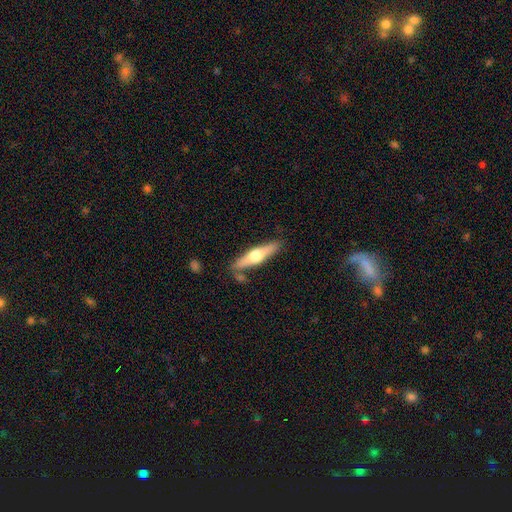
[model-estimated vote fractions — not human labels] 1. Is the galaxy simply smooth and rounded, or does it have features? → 56% featured or disk, 39% smooth, 5% star or artifact.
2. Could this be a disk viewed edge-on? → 93% yes, 7% no.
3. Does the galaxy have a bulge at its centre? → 94% rounded, 3% boxy, 3% none.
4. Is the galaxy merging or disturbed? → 78% none, 13% minor disturbance, 6% merger, 3% major disturbance.